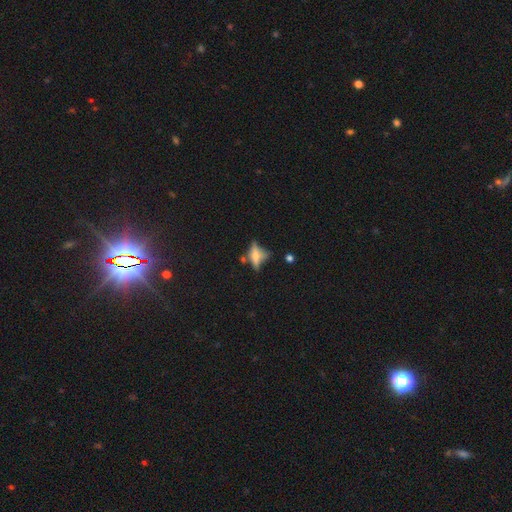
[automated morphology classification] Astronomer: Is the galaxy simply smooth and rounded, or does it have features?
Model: featured or disk — 44% (runner-up: smooth, 41%).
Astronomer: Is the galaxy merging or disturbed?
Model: none — 48%.